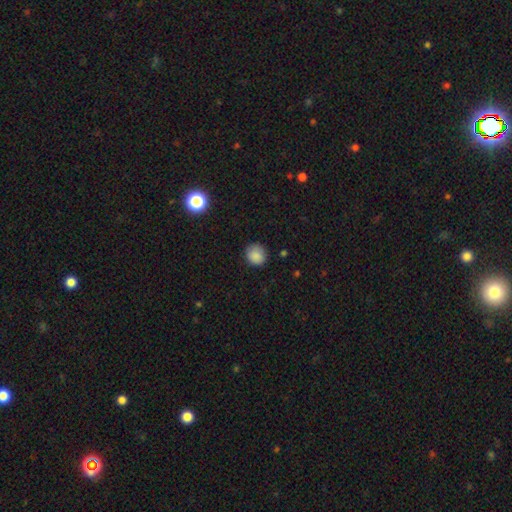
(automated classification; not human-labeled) Smooth or featured? smooth (86%)
How rounded? round (83%)
Merging? none (83%)